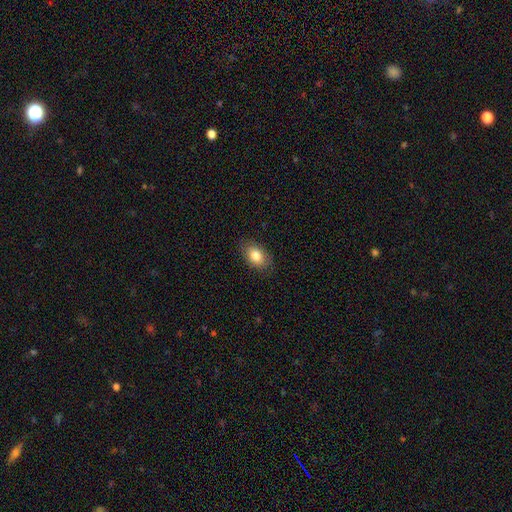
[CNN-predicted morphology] This appears to be a smooth galaxy with no disk features (82%) that is in between round and cigar-shaped (86%). Merging: none (84%).